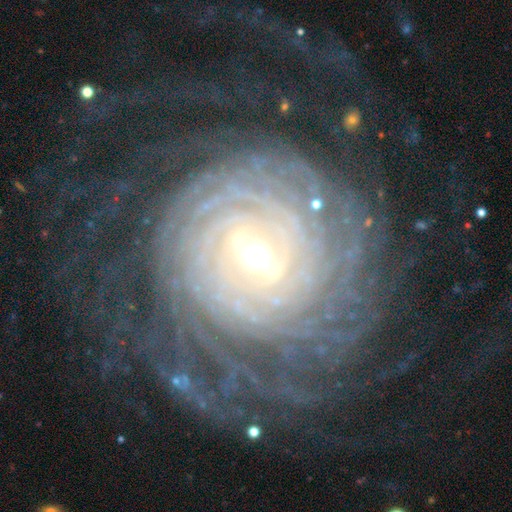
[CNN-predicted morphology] Smooth or featured? Predicted: featured or disk (p=0.91). Edge-on disk? Predicted: no (p=0.97). Bar? Predicted: weak (p=0.46). Spiral arms? Predicted: yes (p=0.97). Spiral winding? Predicted: tight (p=0.85). Spiral arm count? Predicted: more than 4 (p=0.36). Bulge size? Predicted: moderate (p=0.53). Merging? Predicted: none (p=0.76).